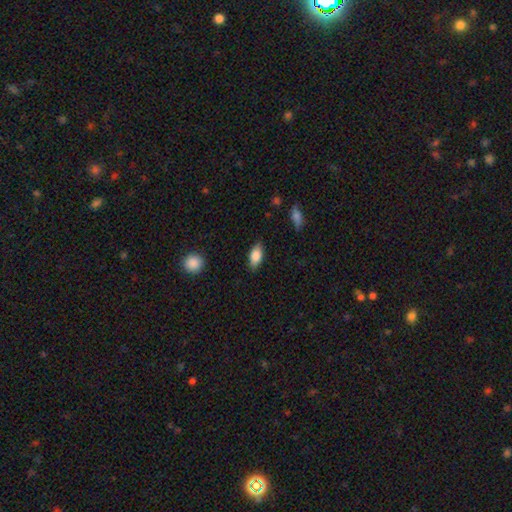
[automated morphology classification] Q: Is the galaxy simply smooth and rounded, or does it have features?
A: smooth — 85%.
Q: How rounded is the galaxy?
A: in between — 89%.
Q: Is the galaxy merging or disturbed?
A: none — 86%.